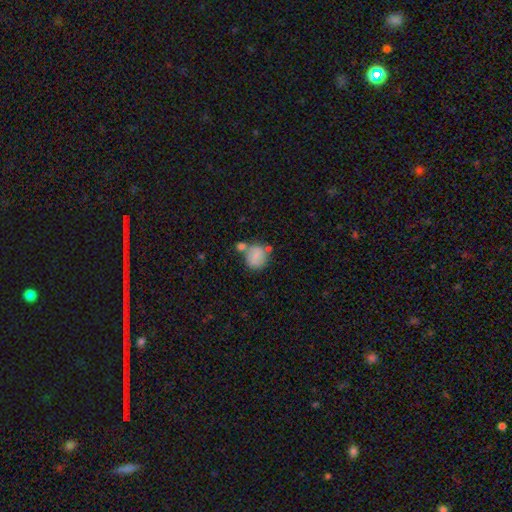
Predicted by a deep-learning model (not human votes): Smooth or featured? Predicted: smooth (p=0.65). How rounded? Predicted: round (p=0.76). Merging? Predicted: none (p=0.49).